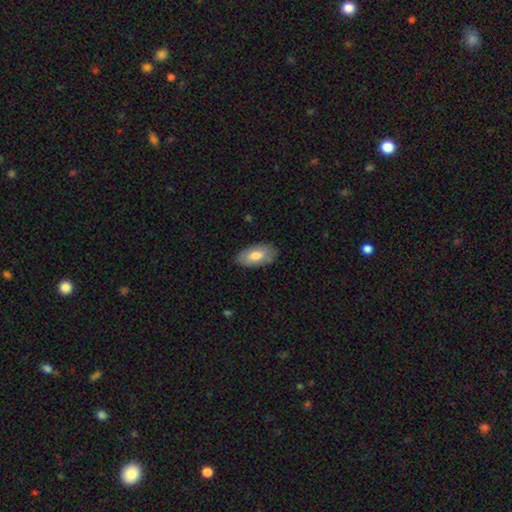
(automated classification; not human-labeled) Smooth or featured: smooth — 70% (featured or disk — 25%)
How rounded: in between — 93% (cigar-shaped — 4%)
Merging: none — 82% (minor disturbance — 14%)